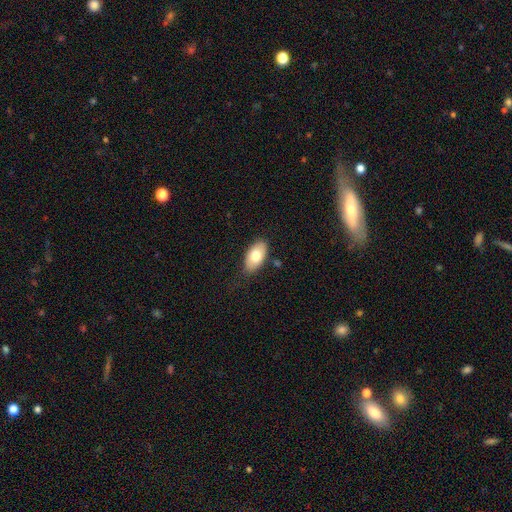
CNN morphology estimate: A smooth galaxy with no disk features (73%) that is in between round and cigar-shaped (93%). Merging: none (80%).